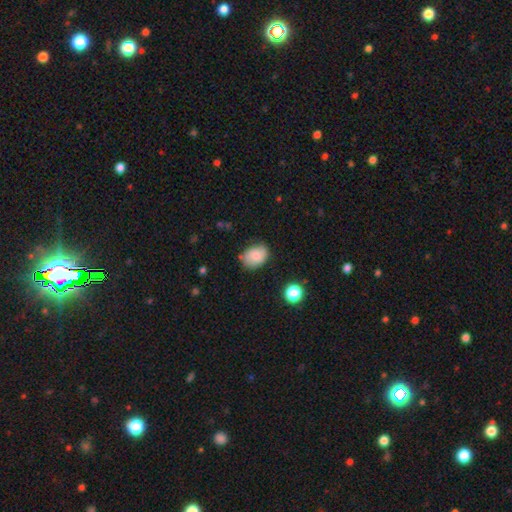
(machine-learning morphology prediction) smooth_or_featured: smooth (p=0.68) [alt: featured or disk p=0.23]
how_rounded: in between (p=0.69) [alt: round p=0.30]
merging: none (p=0.68) [alt: minor disturbance p=0.25]